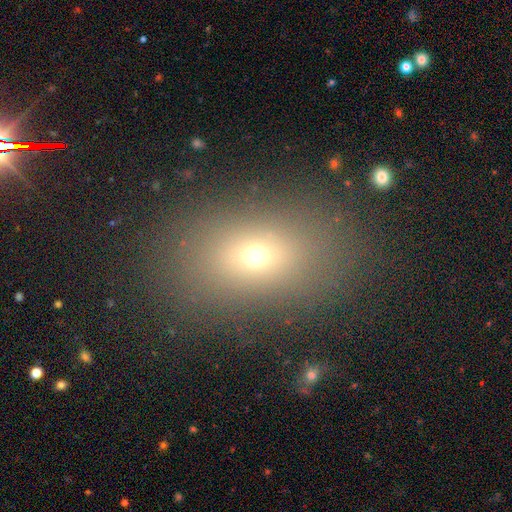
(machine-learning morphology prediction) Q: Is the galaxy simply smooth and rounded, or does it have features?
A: smooth — 63%.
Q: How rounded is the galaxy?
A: in between — 73%.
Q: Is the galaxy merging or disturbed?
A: none — 83%.